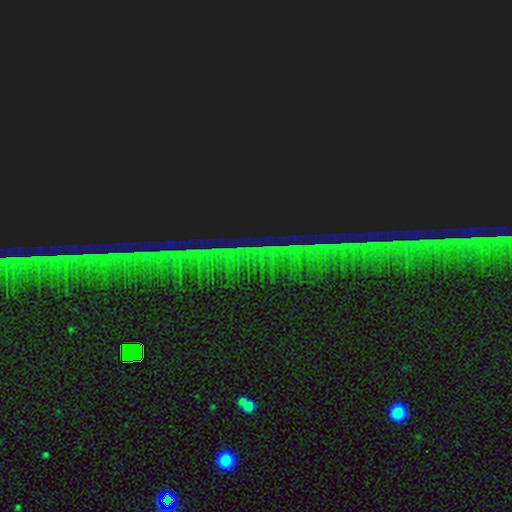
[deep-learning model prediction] Q: Smooth or featured?
A: star or artifact (84%); runner-up: featured or disk (9%)